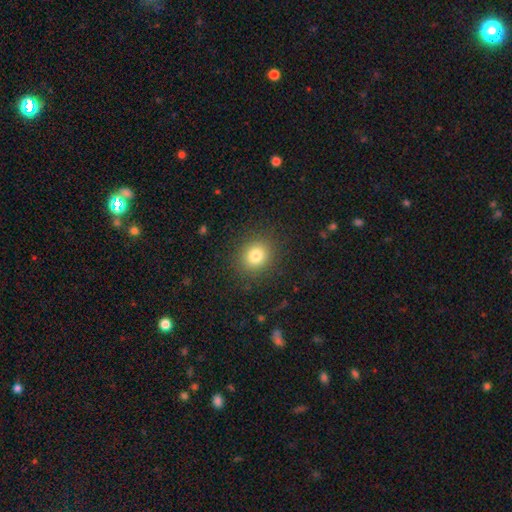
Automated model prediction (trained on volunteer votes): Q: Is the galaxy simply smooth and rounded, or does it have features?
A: smooth — 80%.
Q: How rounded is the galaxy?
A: round — 78%.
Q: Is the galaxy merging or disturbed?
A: none — 88%.